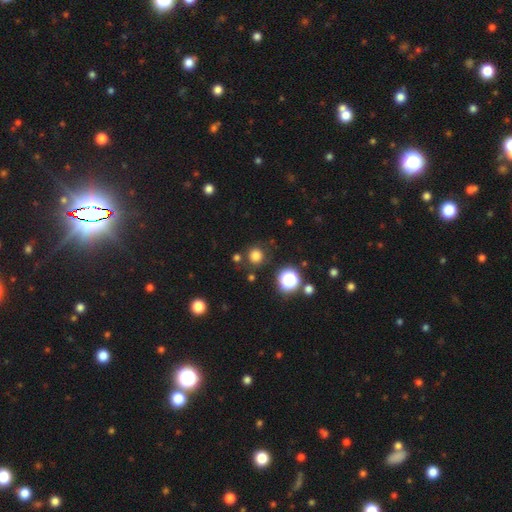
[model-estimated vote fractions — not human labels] Overall: smooth (76%). How rounded: round (92%). Merging: none (85%).